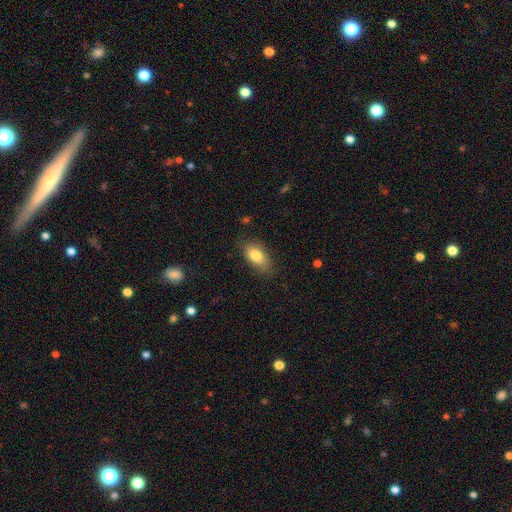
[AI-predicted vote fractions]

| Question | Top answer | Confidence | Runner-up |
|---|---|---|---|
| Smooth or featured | smooth | 80% | featured or disk (13%) |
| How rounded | in between | 89% | round (6%) |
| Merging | none | 81% | minor disturbance (15%) |